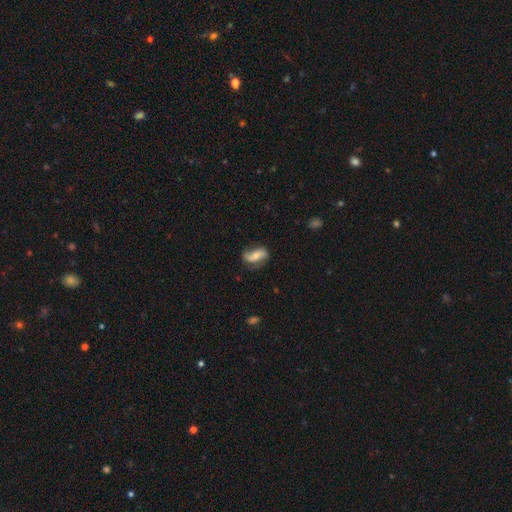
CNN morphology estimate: The model was most divided on "bulge size": moderate: 52%, small: 40%, large: 4%, none: 3%, dominant: 1%. Remaining: edge-on disk — no (92%); spiral arms — yes (84%); merging — none (67%); smooth or featured — featured or disk (56%); bar — no (48%).